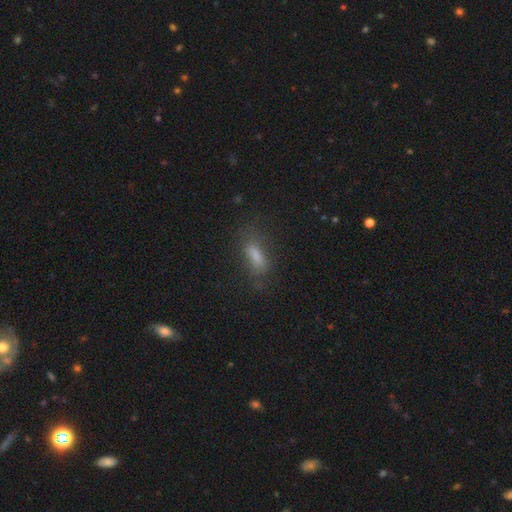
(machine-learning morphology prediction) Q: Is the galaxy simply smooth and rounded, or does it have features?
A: smooth — 70%.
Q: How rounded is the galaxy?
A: in between — 59%.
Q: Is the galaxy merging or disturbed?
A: none — 62%.